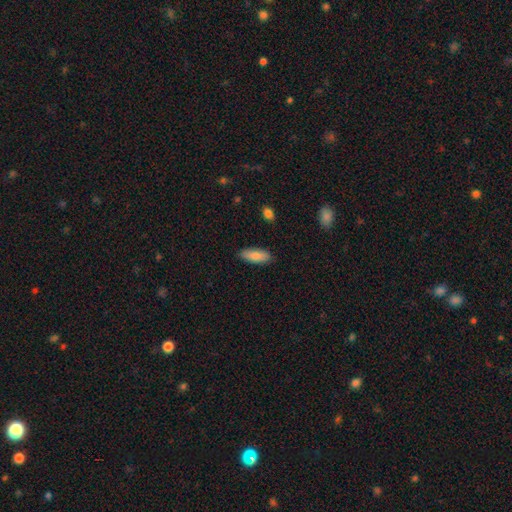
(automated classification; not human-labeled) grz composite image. It shows a smooth galaxy with no disk features (84%) that is in between round and cigar-shaped (74%). Merging: none (87%).